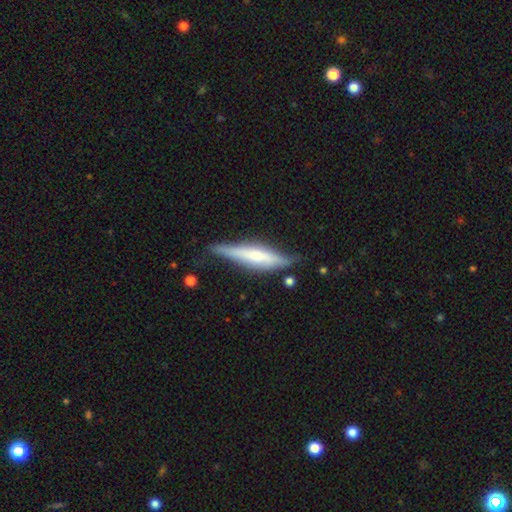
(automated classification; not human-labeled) This appears to be a featured or disk galaxy (52%) viewed edge-on (91%). Merging: none (69%).